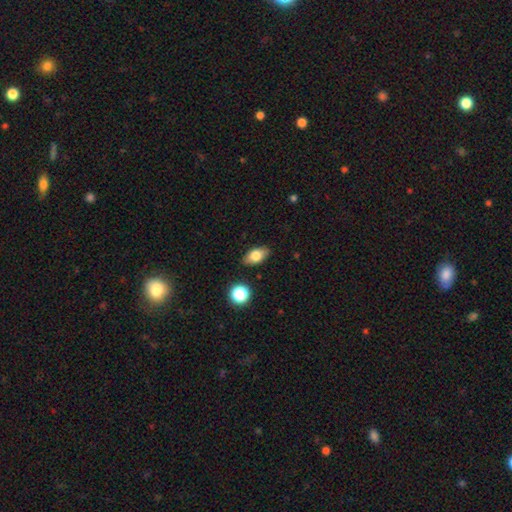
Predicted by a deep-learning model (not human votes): smooth 77%, featured or disk 14%, star or artifact 9%. Down the decision tree: how rounded — in between (87%); merging — none (86%).